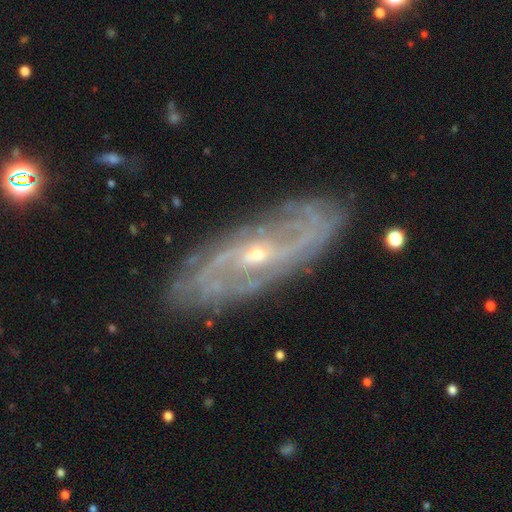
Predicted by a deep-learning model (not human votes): Smooth or featured?
  - featured or disk: 87% *
  - star or artifact: 6%
  - smooth: 6%
Edge-on disk?
  - no: 88% *
  - yes: 12%
Bar?
  - weak: 41% *
  - no: 39%
  - strong: 20%
Spiral arms?
  - yes: 95% *
  - no: 5%
Spiral winding?
  - tight: 45% *
  - medium: 38%
  - loose: 18%
Spiral arm count?
  - 2: 52% *
  - can't tell: 24%
  - 3: 9%
  - 4: 6%
  - more than 4: 5%
  - 1: 5%
Bulge size?
  - small: 65% *
  - moderate: 32%
  - large: 1%
  - none: 1%
  - dominant: 1%
Merging?
  - none: 84% *
  - minor disturbance: 11%
  - major disturbance: 3%
  - merger: 1%